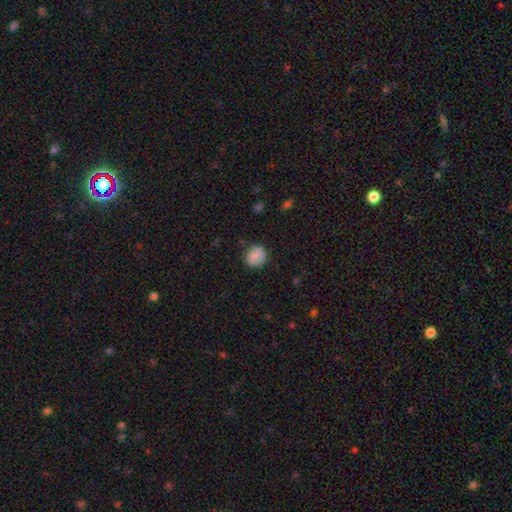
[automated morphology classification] Smooth or featured?
  - smooth: 79% *
  - featured or disk: 12%
  - star or artifact: 9%
How rounded?
  - round: 77% *
  - in between: 22%
  - cigar-shaped: 1%
Merging?
  - none: 79% *
  - minor disturbance: 15%
  - major disturbance: 4%
  - merger: 1%